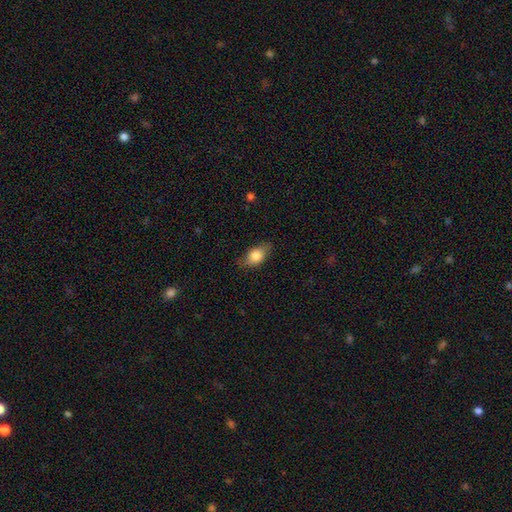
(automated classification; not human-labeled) This appears to be a smooth galaxy with no disk features (78%) that is in between round and cigar-shaped (84%). Merging: none (75%).